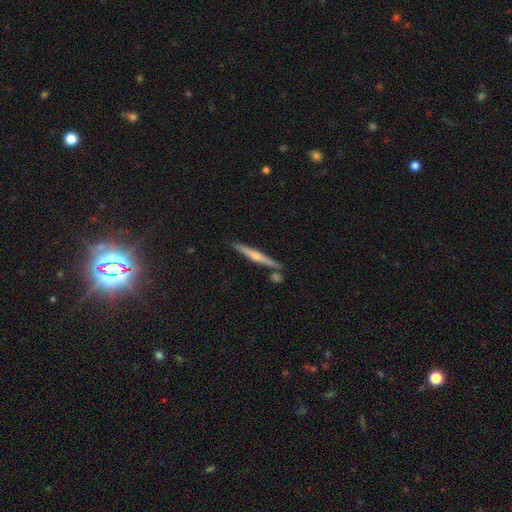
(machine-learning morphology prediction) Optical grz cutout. It shows a featured or disk galaxy (62%) viewed edge-on (97%) with a rounded central bulge (77%). Merging: none (81%).